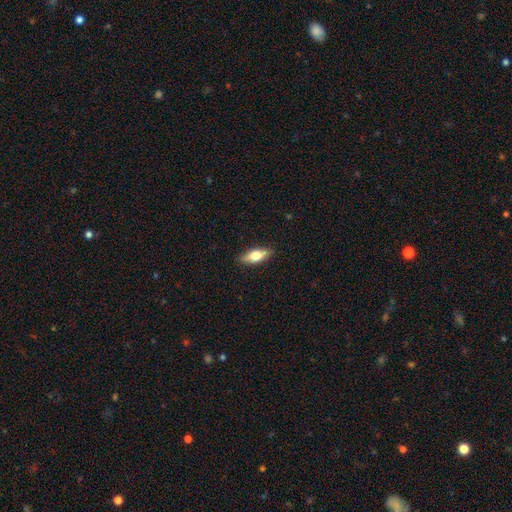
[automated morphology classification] smooth-or-featured: smooth: 63% | featured or disk: 31% | star or artifact: 6%
  how-rounded: in between: 69% | cigar-shaped: 28% | round: 3%
  merging: none: 89% | minor disturbance: 8% | major disturbance: 2% | merger: 1%